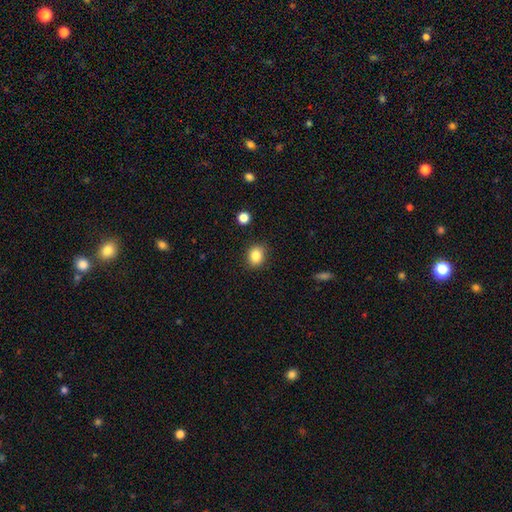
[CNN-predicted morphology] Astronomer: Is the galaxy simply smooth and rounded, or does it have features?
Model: smooth — 84%.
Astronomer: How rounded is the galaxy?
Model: round — 54% (runner-up: in between, 45%).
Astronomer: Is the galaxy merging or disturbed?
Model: none — 87%.